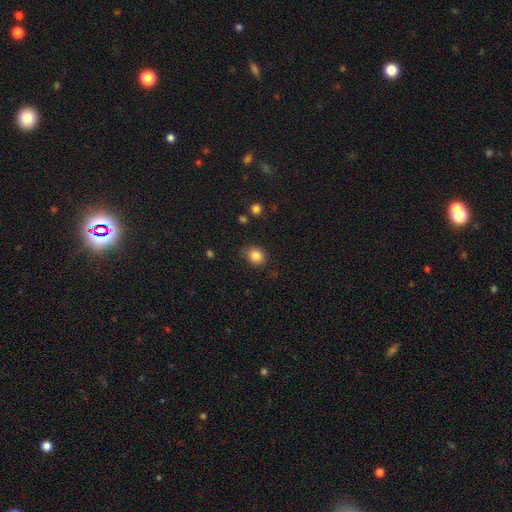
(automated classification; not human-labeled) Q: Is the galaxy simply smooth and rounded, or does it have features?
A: smooth — 84%.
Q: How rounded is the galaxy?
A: round — 58%.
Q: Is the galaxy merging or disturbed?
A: none — 80%.